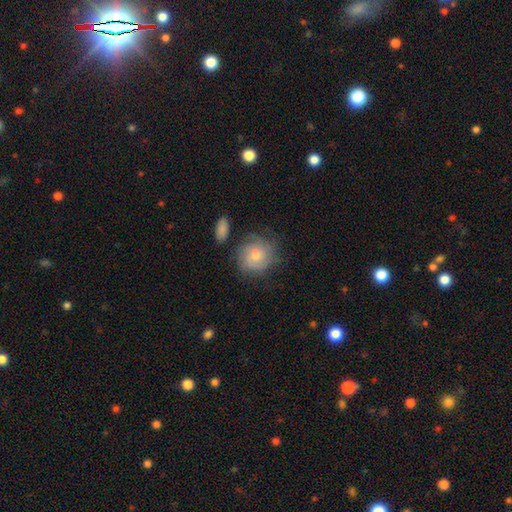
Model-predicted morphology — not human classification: Smooth or featured?
  - smooth: 52% *
  - featured or disk: 41%
  - star or artifact: 7%
How rounded?
  - round: 81% *
  - in between: 18%
  - cigar-shaped: 1%
Merging?
  - none: 63% *
  - minor disturbance: 22%
  - major disturbance: 10%
  - merger: 5%